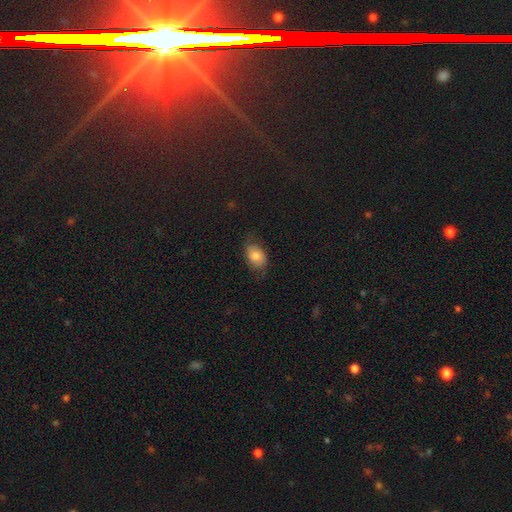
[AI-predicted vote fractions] This is likely a smooth galaxy (69%). How rounded: clearly in between (82%). Merging: likely none (64%).